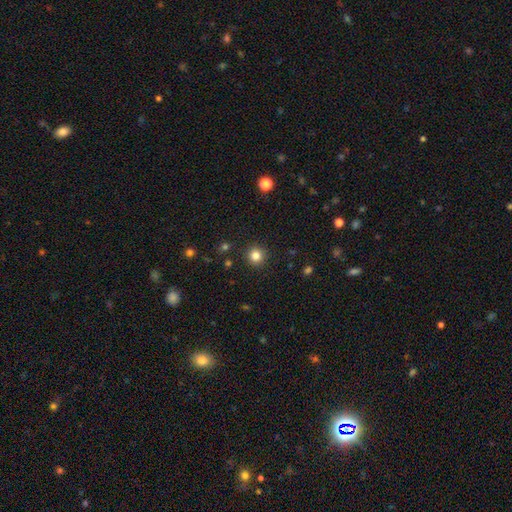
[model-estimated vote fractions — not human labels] A smooth galaxy with no disk features (82%) that is round (94%).

Vote fractions:
- Smooth or featured? smooth: 82% / star or artifact: 13% / featured or disk: 5%
- How rounded? round: 94% / in between: 5% / cigar-shaped: 1%
- Merging? none: 91% / minor disturbance: 5% / major disturbance: 2% / merger: 1%